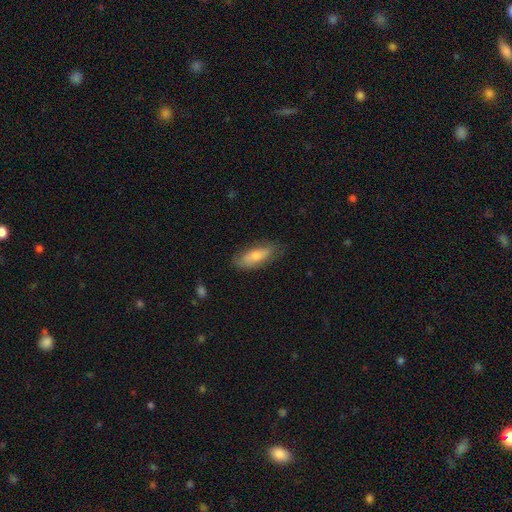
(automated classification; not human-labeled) The model was most divided on "smooth or featured": smooth: 65%, featured or disk: 29%, star or artifact: 7%. More confident: merging — none (76%); how rounded — in between (69%).